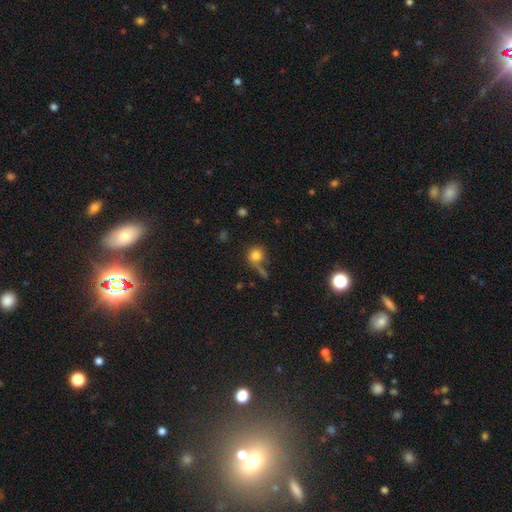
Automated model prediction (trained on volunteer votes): smooth-or-featured: smooth: 79% | star or artifact: 11% | featured or disk: 9%
  how-rounded: round: 84% | in between: 14% | cigar-shaped: 2%
  merging: none: 56% | merger: 17% | minor disturbance: 16% | major disturbance: 12%